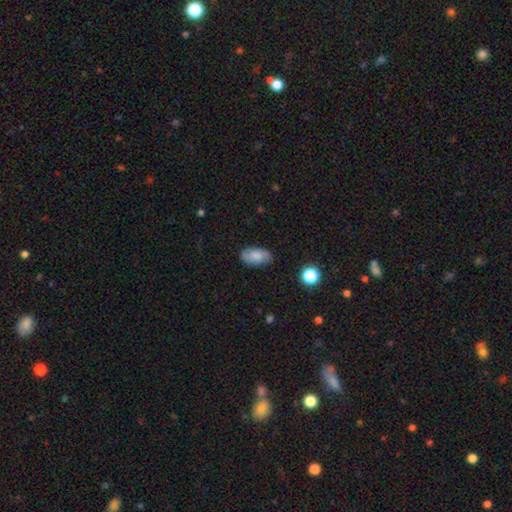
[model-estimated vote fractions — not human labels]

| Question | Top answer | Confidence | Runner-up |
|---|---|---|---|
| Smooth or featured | smooth | 72% | featured or disk (20%) |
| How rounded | in between | 93% | round (5%) |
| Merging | none | 80% | minor disturbance (15%) |